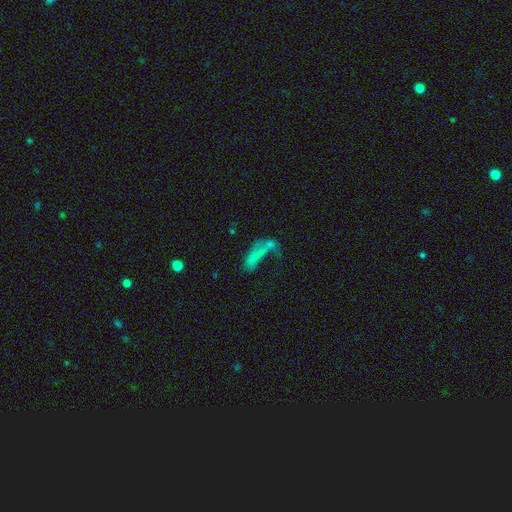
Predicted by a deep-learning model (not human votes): Smooth or featured? smooth (55%)
How rounded? in between (66%)
Merging? major disturbance (37%)